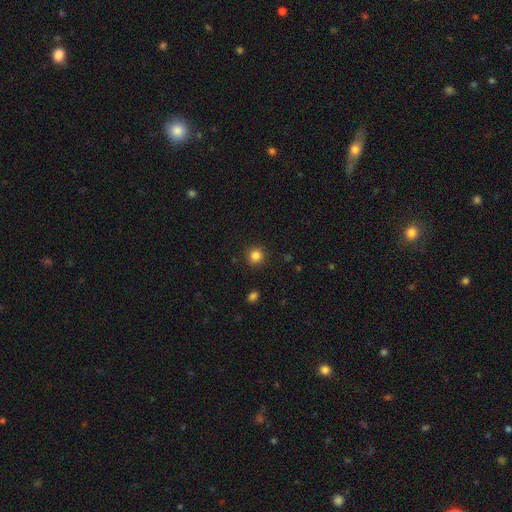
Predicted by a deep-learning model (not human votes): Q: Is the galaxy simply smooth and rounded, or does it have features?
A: smooth — 83%.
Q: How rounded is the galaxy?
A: round — 93%.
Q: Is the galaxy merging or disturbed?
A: none — 91%.